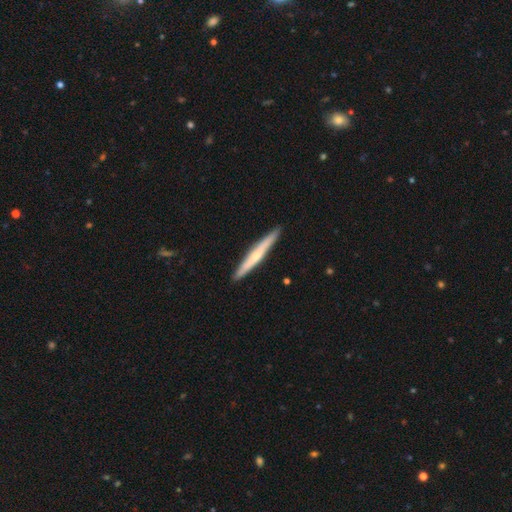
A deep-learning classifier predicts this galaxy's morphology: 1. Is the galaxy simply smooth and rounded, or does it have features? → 51% featured or disk, 44% smooth, 5% star or artifact.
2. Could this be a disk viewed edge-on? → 96% yes, 4% no.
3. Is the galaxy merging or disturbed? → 91% none, 6% minor disturbance, 1% major disturbance, 1% merger.